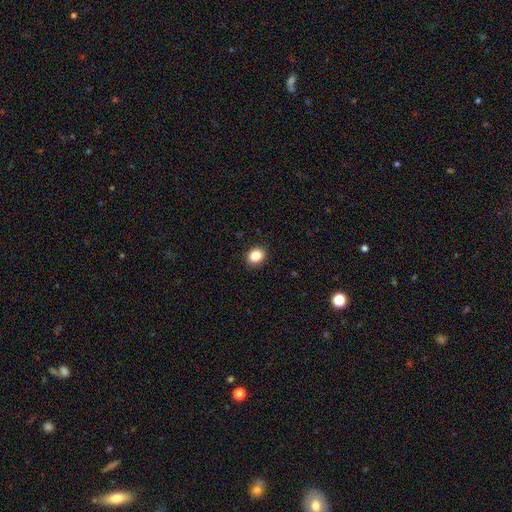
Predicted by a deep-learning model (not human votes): Smooth or featured: smooth — 85% (star or artifact — 10%)
How rounded: round — 55% (in between — 44%)
Merging: none — 91% (minor disturbance — 7%)